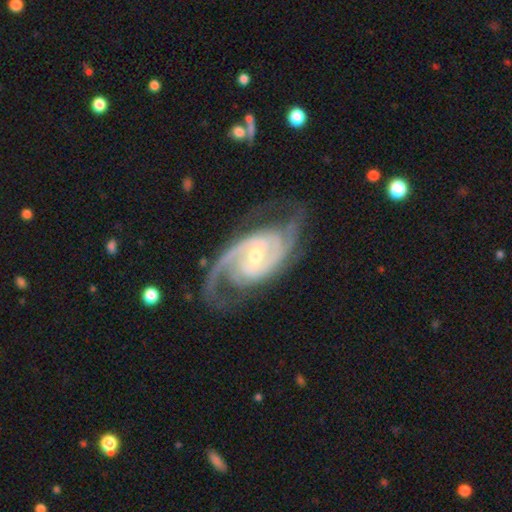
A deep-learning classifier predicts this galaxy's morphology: Q: Smooth or featured?
A: featured or disk (93%); runner-up: star or artifact (4%)
Q: Edge-on disk?
A: no (96%); runner-up: yes (4%)
Q: Bar?
A: no (57%); runner-up: weak (31%)
Q: Spiral arms?
A: yes (98%); runner-up: no (2%)
Q: Spiral winding?
A: tight (48%); runner-up: medium (42%)
Q: Spiral arm count?
A: 2 (73%); runner-up: 3 (12%)
Q: Bulge size?
A: moderate (53%); runner-up: small (43%)
Q: Merging?
A: none (73%); runner-up: minor disturbance (17%)